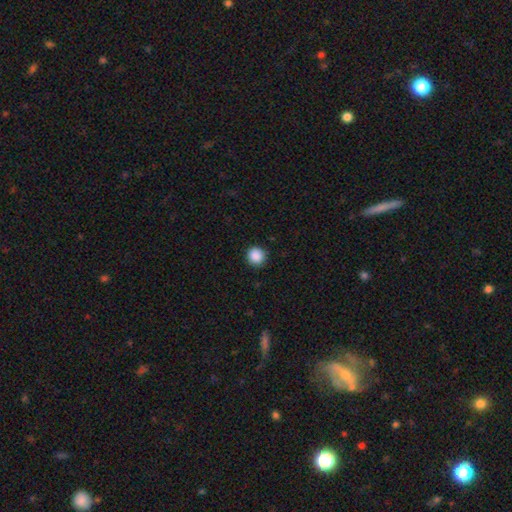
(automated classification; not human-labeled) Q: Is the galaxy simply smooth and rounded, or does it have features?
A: smooth — 89%.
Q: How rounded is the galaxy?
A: round — 93%.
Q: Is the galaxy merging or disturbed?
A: none — 91%.